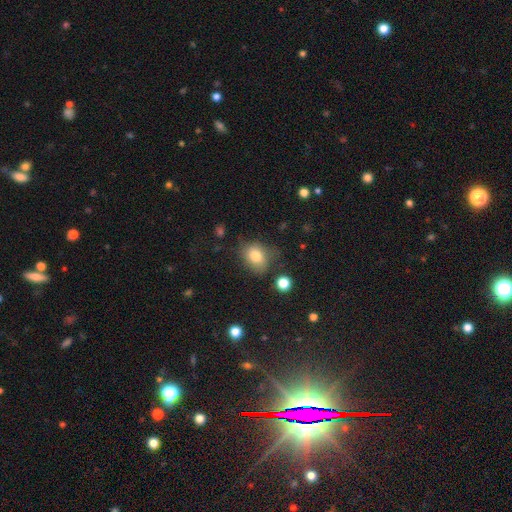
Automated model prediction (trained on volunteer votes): Q: Smooth or featured?
A: smooth (79%); runner-up: star or artifact (11%)
Q: How rounded?
A: in between (52%); runner-up: round (47%)
Q: Merging?
A: none (63%); runner-up: minor disturbance (25%)